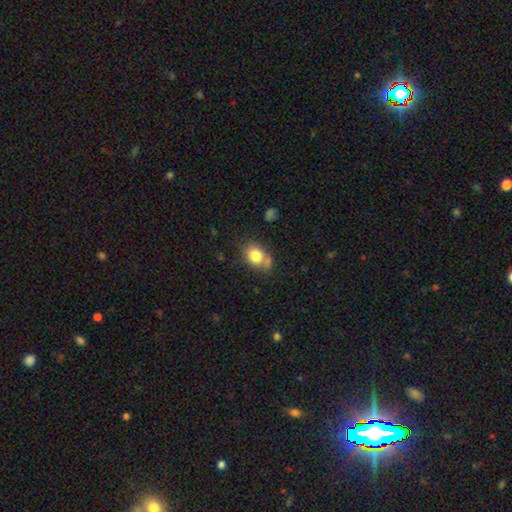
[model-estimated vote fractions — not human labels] Smooth or featured? smooth (80%)
How rounded? in between (54%)
Merging? none (58%)